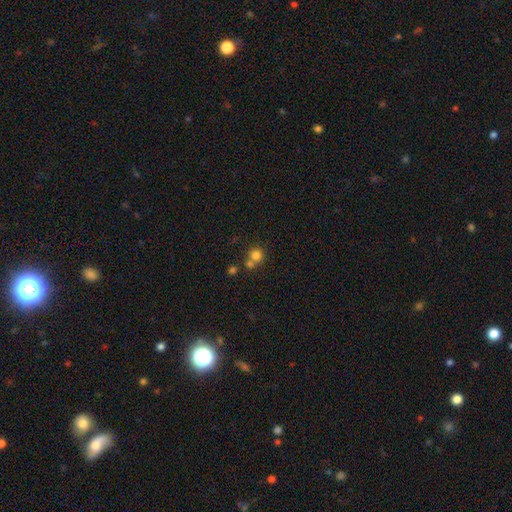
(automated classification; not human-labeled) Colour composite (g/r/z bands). It shows a smooth galaxy with no disk features (78%) that is round (89%). Merging: none (52%).